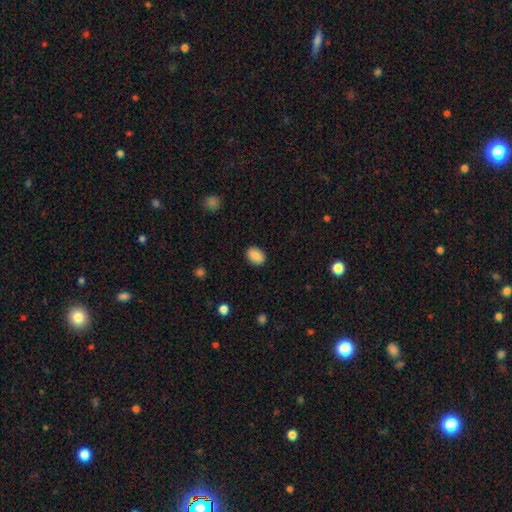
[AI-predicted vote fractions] Q: Smooth or featured?
A: smooth (87%); runner-up: star or artifact (8%)
Q: How rounded?
A: in between (75%); runner-up: round (24%)
Q: Merging?
A: none (88%); runner-up: minor disturbance (9%)